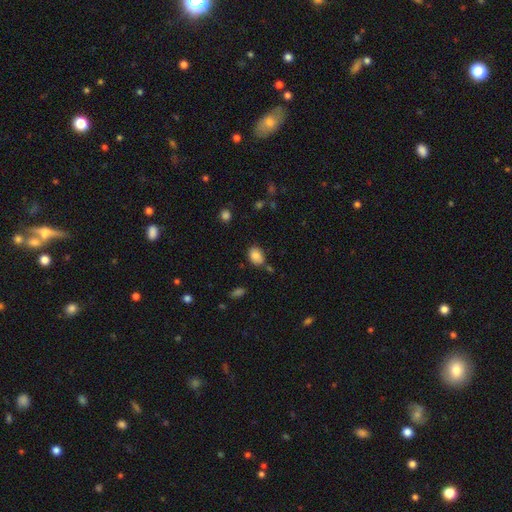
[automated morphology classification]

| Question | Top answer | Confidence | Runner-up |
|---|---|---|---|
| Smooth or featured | smooth | 83% | star or artifact (9%) |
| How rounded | in between | 73% | round (26%) |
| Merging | none | 73% | minor disturbance (17%) |